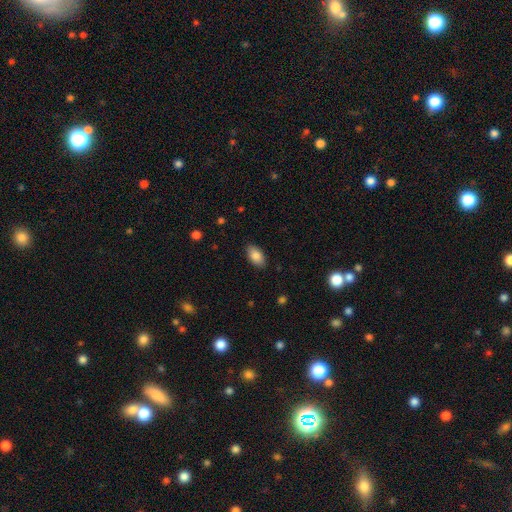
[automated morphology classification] The model was most divided on "merging": none: 87%, minor disturbance: 10%, major disturbance: 2%, merger: 1%. More confident: how rounded — in between (93%); smooth or featured — smooth (86%).